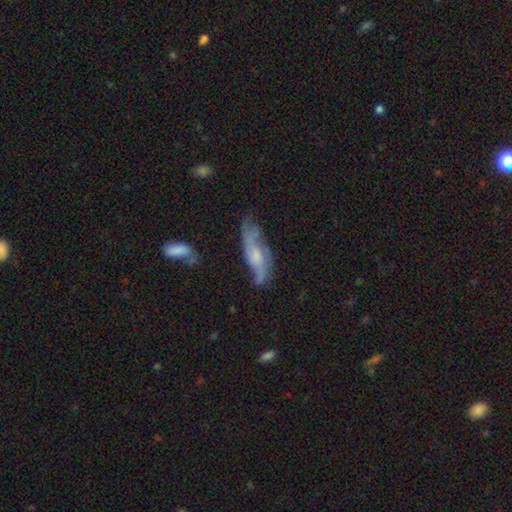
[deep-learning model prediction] A featured or disk galaxy (61%).

Vote fractions:
- Smooth or featured? featured or disk: 61% / smooth: 32% / star or artifact: 7%
- Edge-on disk? no: 74% / yes: 26%
- Merging? none: 50% / minor disturbance: 29% / major disturbance: 16% / merger: 5%